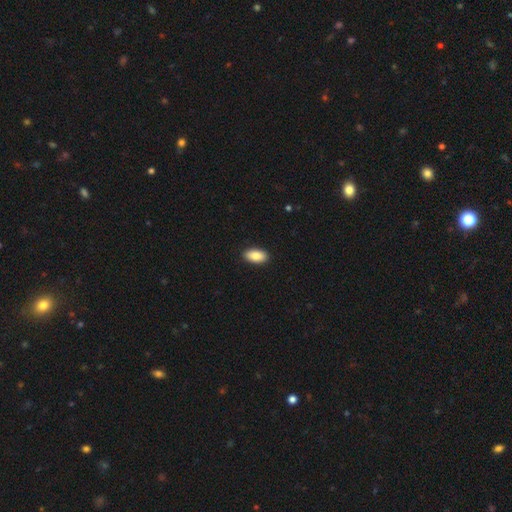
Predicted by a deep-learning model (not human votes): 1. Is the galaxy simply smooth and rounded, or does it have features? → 87% smooth, 7% featured or disk, 7% star or artifact.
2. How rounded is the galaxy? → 93% in between, 4% cigar-shaped, 3% round.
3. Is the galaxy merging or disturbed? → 91% none, 7% minor disturbance, 1% major disturbance, 1% merger.